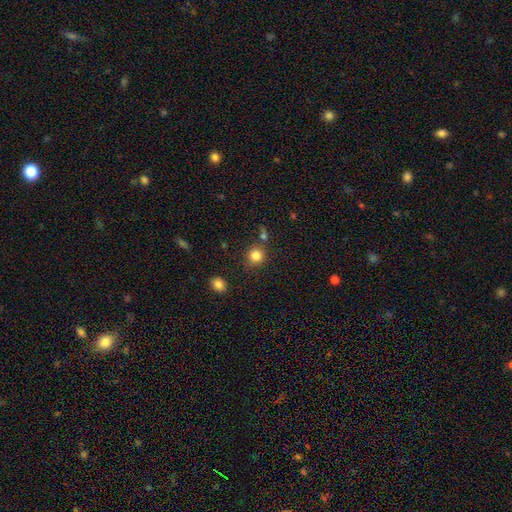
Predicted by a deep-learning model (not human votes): Smooth or featured? Predicted: smooth (p=0.83). How rounded? Predicted: round (p=0.89). Merging? Predicted: none (p=0.80).